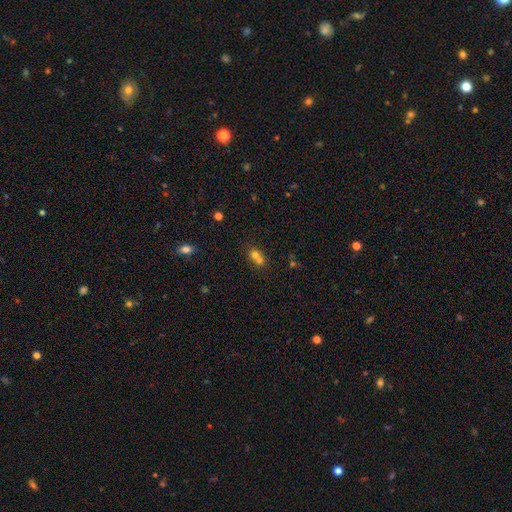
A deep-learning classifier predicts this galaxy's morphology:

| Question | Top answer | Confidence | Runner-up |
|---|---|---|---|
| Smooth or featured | smooth | 66% | star or artifact (17%) |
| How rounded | round | 68% | in between (30%) |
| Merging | merger | 63% | none (29%) |